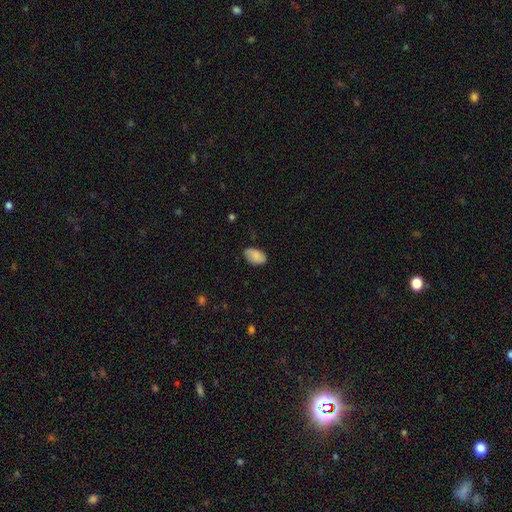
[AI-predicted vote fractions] Smooth or featured? smooth (84%)
How rounded? in between (92%)
Merging? none (80%)